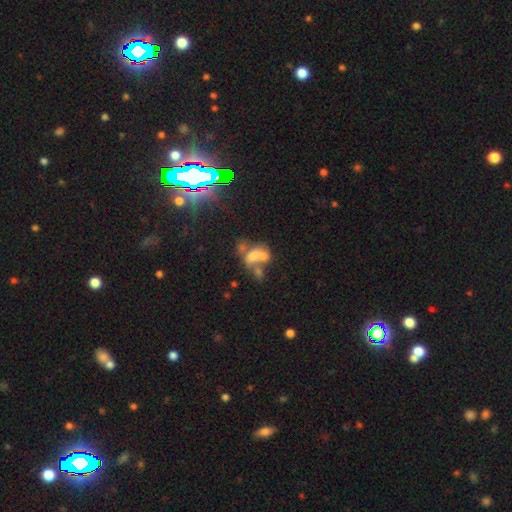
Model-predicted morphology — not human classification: A smooth galaxy with no disk features (47%). Merging: merger (63%).